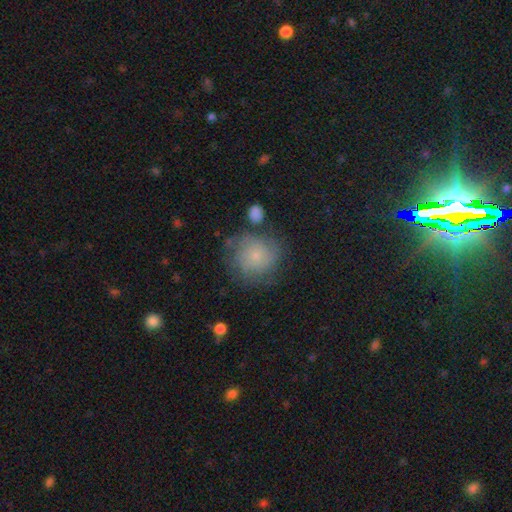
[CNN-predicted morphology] The model was most divided on "smooth or featured": smooth: 58%, featured or disk: 32%, star or artifact: 10%. More confident: how rounded — round (87%); merging — none (61%).